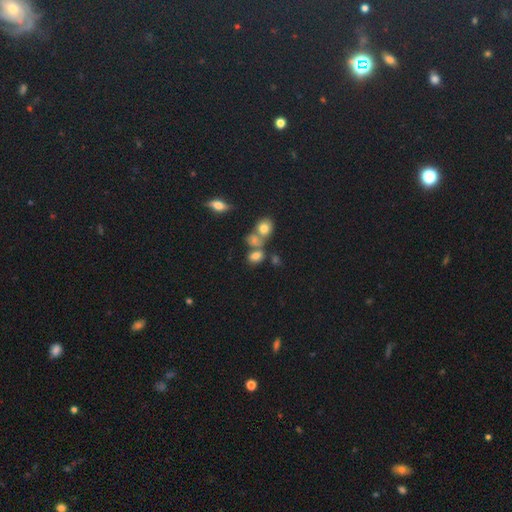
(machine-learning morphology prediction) Smooth or featured: smooth — 71% (star or artifact — 17%)
How rounded: in between — 74% (round — 23%)
Merging: none — 46% (merger — 33%)